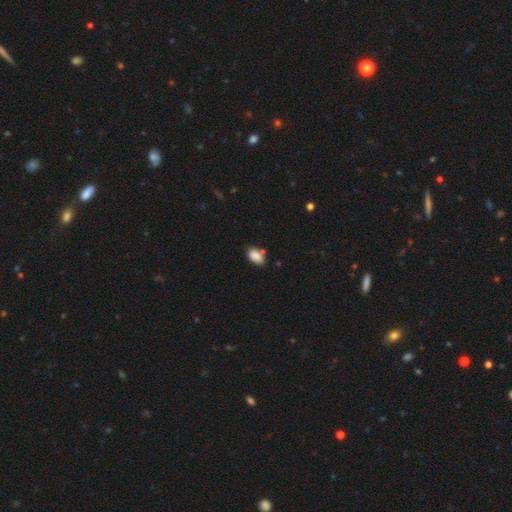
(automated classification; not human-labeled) This appears to be a smooth galaxy with no disk features (87%) that is in between round and cigar-shaped (90%). Merging: none (70%).